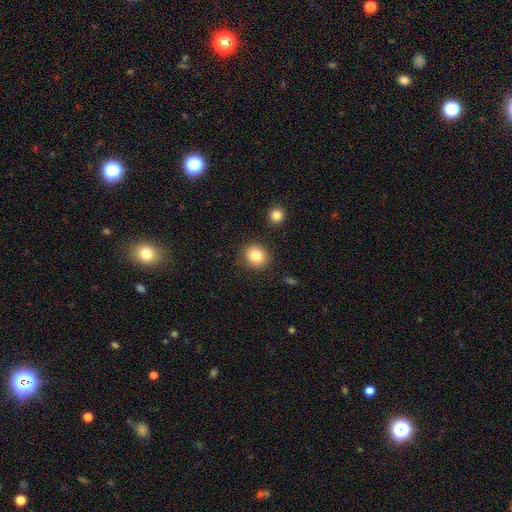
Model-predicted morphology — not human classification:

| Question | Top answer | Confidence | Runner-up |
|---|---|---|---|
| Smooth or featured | smooth | 83% | star or artifact (10%) |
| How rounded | round | 80% | in between (19%) |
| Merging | none | 87% | minor disturbance (7%) |